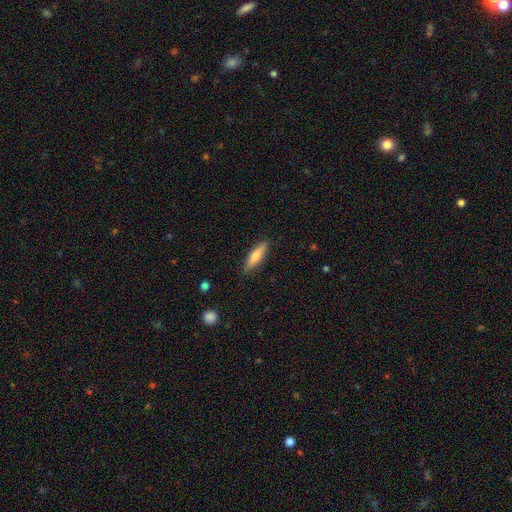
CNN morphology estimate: A smooth galaxy with no disk features (64%) that is cigar-shaped (67%). Merging: none (86%).